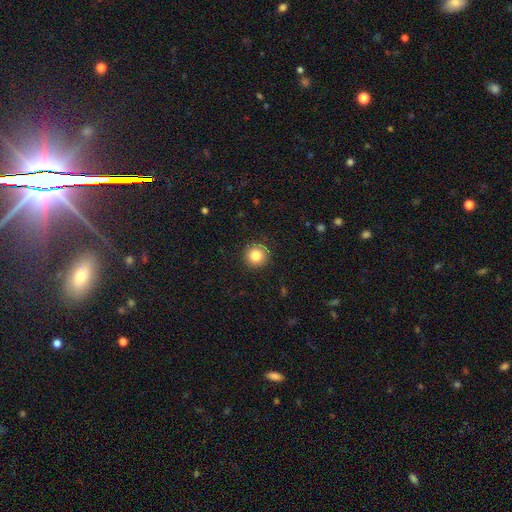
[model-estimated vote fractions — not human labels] smooth 83%, star or artifact 10%, featured or disk 7%. Down the decision tree: how rounded — round (95%); merging — none (91%).